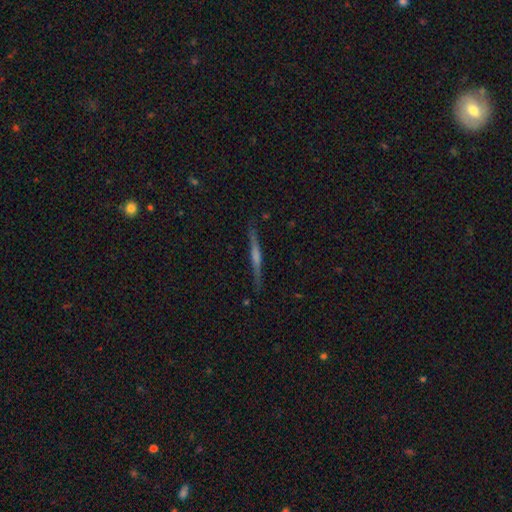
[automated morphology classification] Smooth or featured: featured or disk — 68% (smooth — 25%)
Edge-on disk: yes — 98% (no — 2%)
Edge-on bulge: rounded — 48% (none — 33%)
Merging: none — 89% (minor disturbance — 8%)